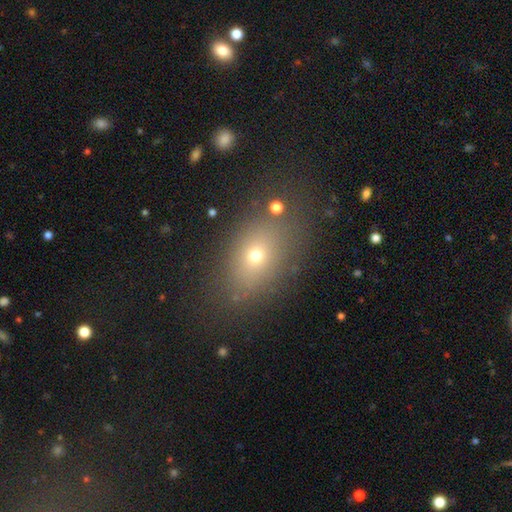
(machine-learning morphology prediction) This is likely a smooth galaxy (66%). How rounded: likely in between (69%). Merging: likely none (77%).